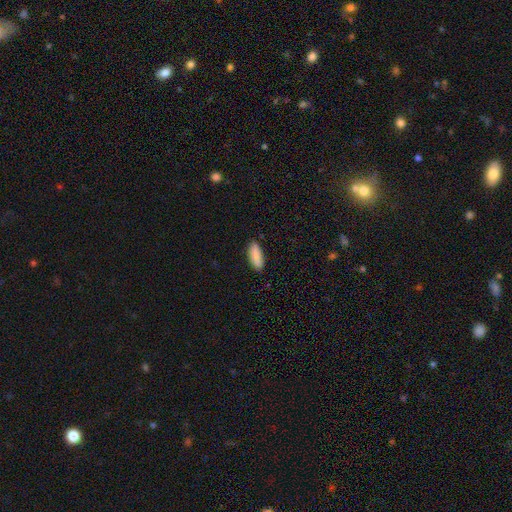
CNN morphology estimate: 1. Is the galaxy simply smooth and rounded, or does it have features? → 89% smooth, 6% star or artifact, 5% featured or disk.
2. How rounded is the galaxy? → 76% in between, 22% cigar-shaped, 2% round.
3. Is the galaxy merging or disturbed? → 86% none, 11% minor disturbance, 2% major disturbance, 1% merger.